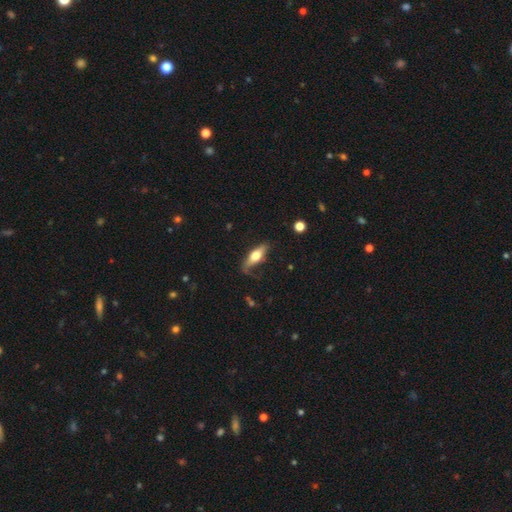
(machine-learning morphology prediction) Smooth or featured? smooth (55%)
How rounded? in between (57%)
Merging? none (58%)